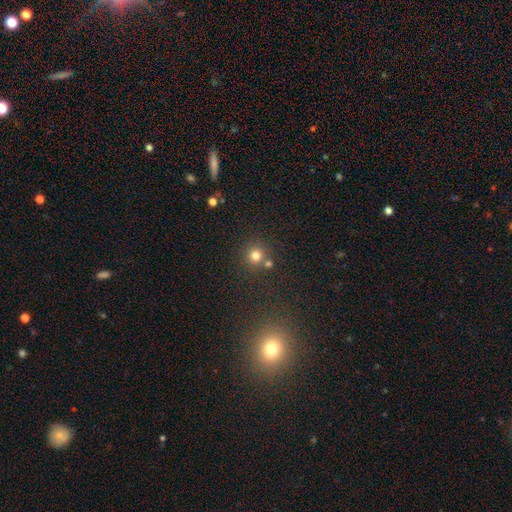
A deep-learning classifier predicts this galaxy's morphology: Q: Smooth or featured?
A: smooth (77%); runner-up: star or artifact (17%)
Q: How rounded?
A: round (94%); runner-up: in between (5%)
Q: Merging?
A: none (74%); runner-up: merger (15%)